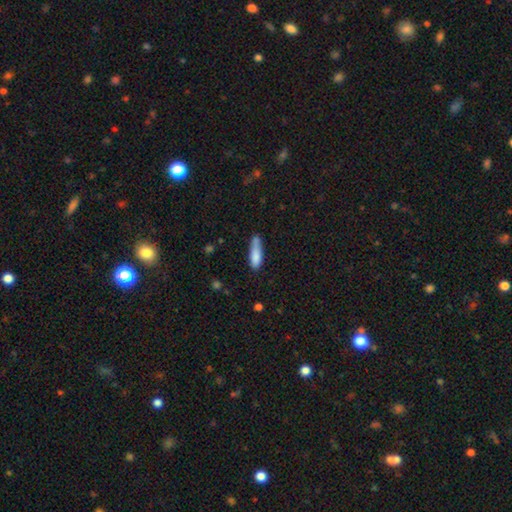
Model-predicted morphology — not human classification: The model was most divided on "merging": none: 47%, minor disturbance: 32%, merger: 11%, major disturbance: 9%. More confident: smooth or featured — smooth (81%); how rounded — cigar-shaped (61%).